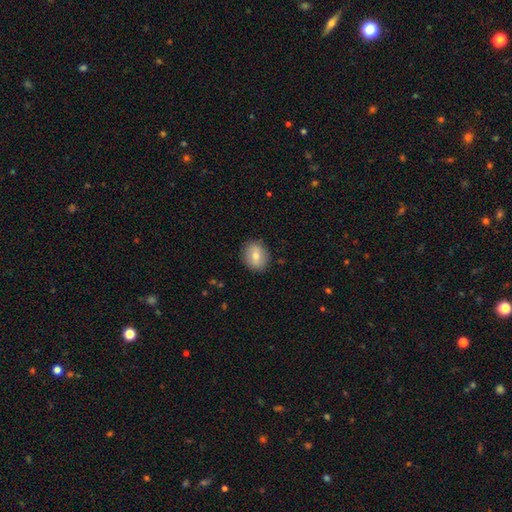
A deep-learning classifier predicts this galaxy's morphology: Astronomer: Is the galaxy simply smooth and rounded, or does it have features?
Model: smooth — 69%.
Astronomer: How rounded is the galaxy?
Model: round — 58% (runner-up: in between, 41%).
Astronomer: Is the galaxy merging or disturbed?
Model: none — 86%.